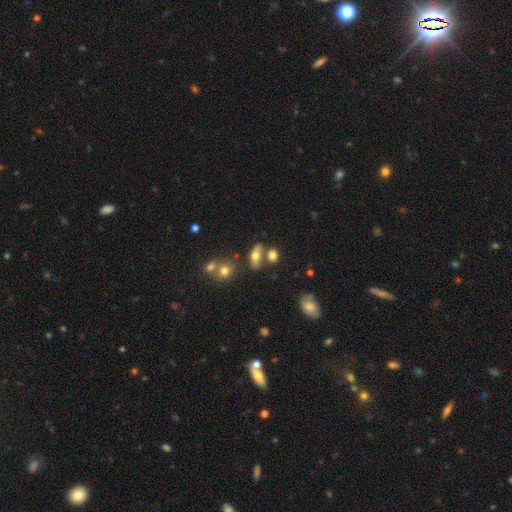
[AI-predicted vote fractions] Overall: smooth (64%; featured or disk 26%). How rounded: in between (75%). Merging: none (55%; merger 25%).